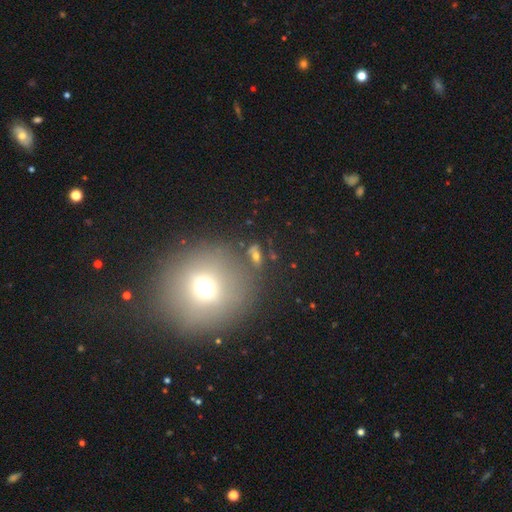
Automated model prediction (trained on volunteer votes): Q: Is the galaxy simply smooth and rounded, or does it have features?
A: smooth — 53%.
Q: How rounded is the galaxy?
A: in between — 64%.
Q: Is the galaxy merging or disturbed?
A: none — 67%.